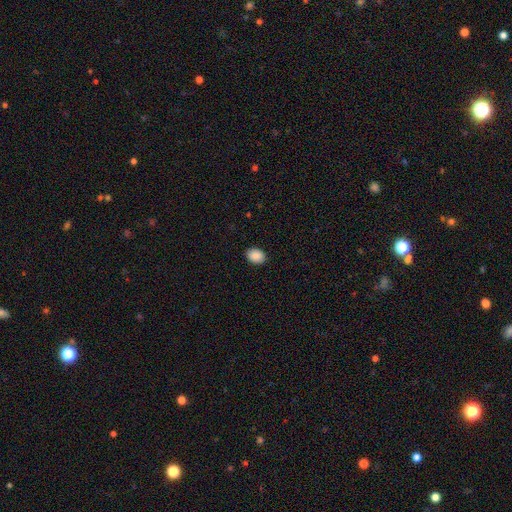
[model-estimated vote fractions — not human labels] This appears to be a smooth galaxy with no disk features (89%) that is in between round and cigar-shaped (68%). Merging: none (90%).